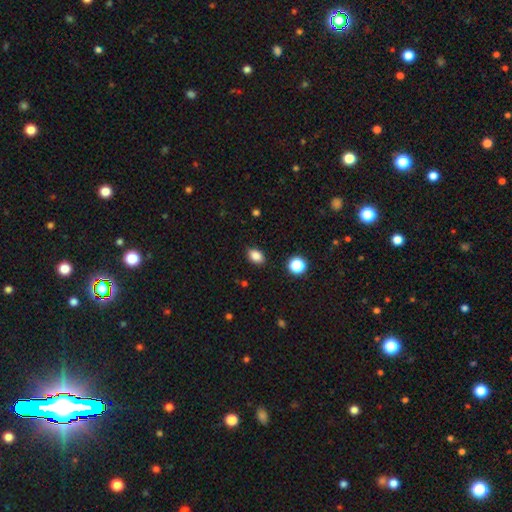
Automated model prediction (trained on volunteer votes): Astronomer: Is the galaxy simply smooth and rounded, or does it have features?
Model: smooth — 85%.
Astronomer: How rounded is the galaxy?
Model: in between — 81%.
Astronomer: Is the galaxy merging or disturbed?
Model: none — 87%.